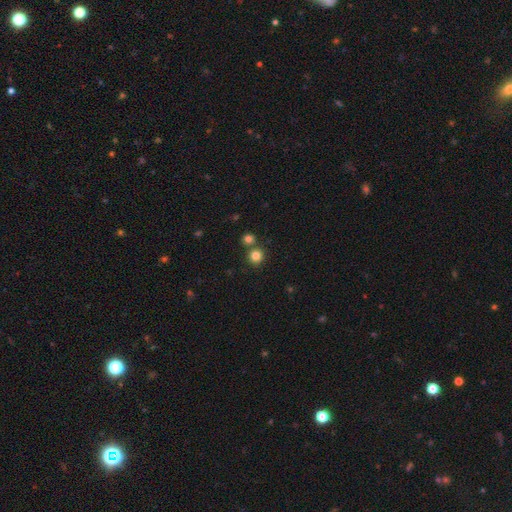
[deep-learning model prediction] This is clearly a smooth galaxy (82%). How rounded: clearly round (92%). Merging: likely none (75%).